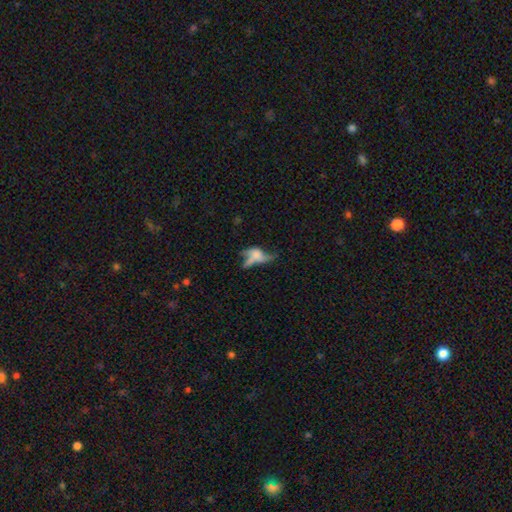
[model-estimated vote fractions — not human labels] The model was most divided on "merging": merger: 30%, major disturbance: 28%, none: 27%, minor disturbance: 14%. Remaining: smooth or featured — featured or disk (44%).